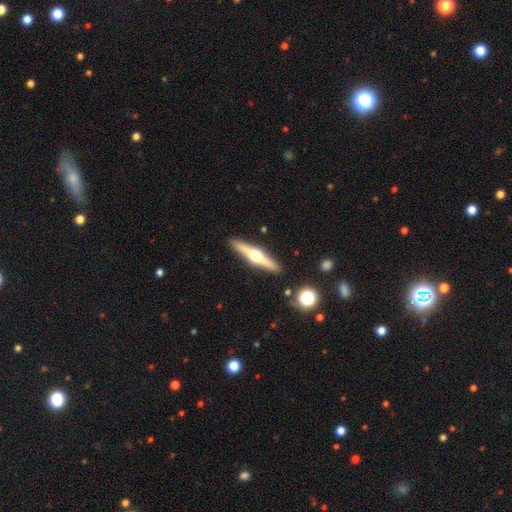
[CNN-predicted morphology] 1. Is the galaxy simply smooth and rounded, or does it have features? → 72% featured or disk, 23% smooth, 5% star or artifact.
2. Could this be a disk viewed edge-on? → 97% yes, 3% no.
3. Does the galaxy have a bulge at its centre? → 96% rounded, 3% boxy, 2% none.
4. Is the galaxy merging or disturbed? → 90% none, 7% minor disturbance, 2% merger, 1% major disturbance.